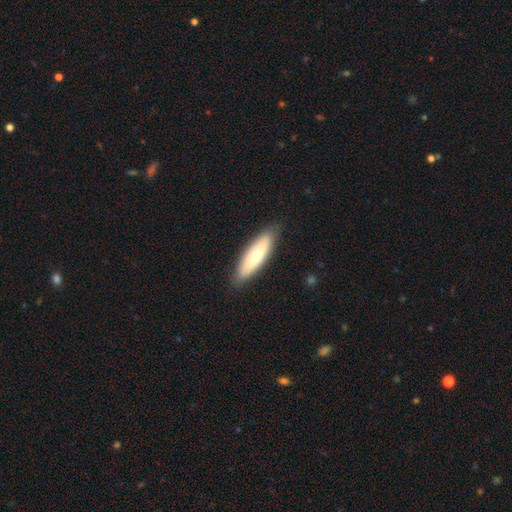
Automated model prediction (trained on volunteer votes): Smooth or featured? Predicted: smooth (p=0.64). How rounded? Predicted: cigar-shaped (p=0.59). Merging? Predicted: none (p=0.87).